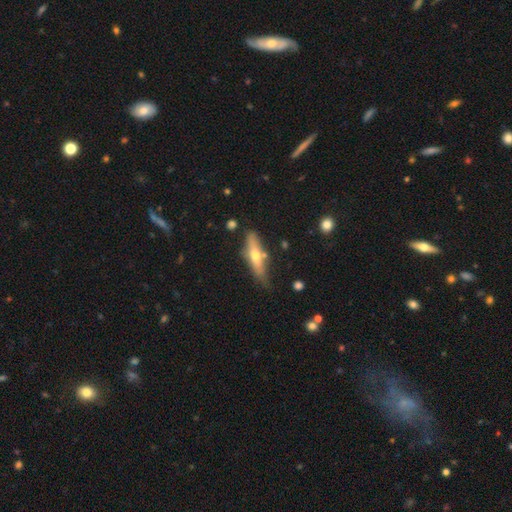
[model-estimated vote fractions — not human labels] Overall: featured or disk (52%; smooth 42%). Edge-on disk: yes (87%). Merging: none (70%).